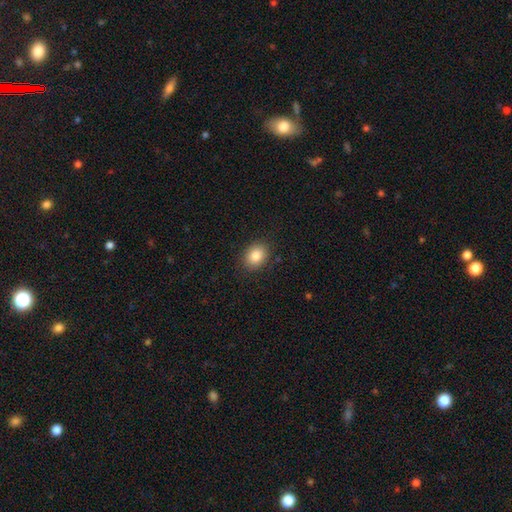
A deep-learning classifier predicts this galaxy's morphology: A smooth galaxy with no disk features (85%) that is in between round and cigar-shaped (58%).

Vote fractions:
- Smooth or featured? smooth: 85% / star or artifact: 9% / featured or disk: 6%
- How rounded? in between: 58% / round: 41% / cigar-shaped: 1%
- Merging? none: 87% / minor disturbance: 9% / major disturbance: 3% / merger: 1%